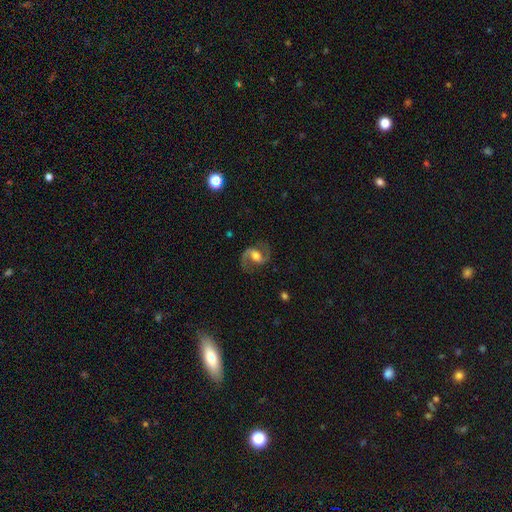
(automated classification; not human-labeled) This appears to be a featured or disk galaxy (87%) with a weak bar (48%), 2 (92%) medium (56%) spiral arms (96%) and a moderate central bulge (61%). Merging: none (79%).